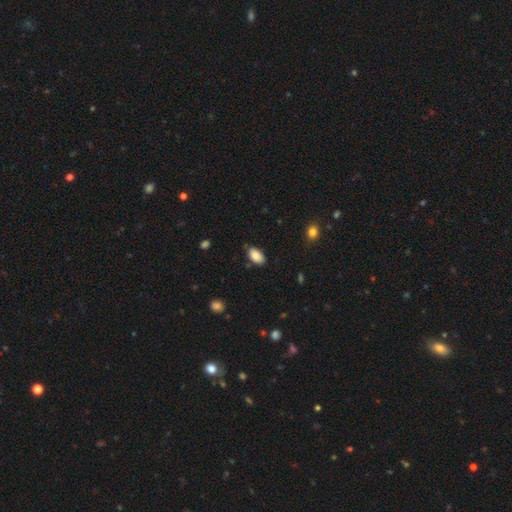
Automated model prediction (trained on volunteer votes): Q: Smooth or featured?
A: smooth (87%); runner-up: star or artifact (7%)
Q: How rounded?
A: in between (94%); runner-up: round (4%)
Q: Merging?
A: none (78%); runner-up: minor disturbance (17%)